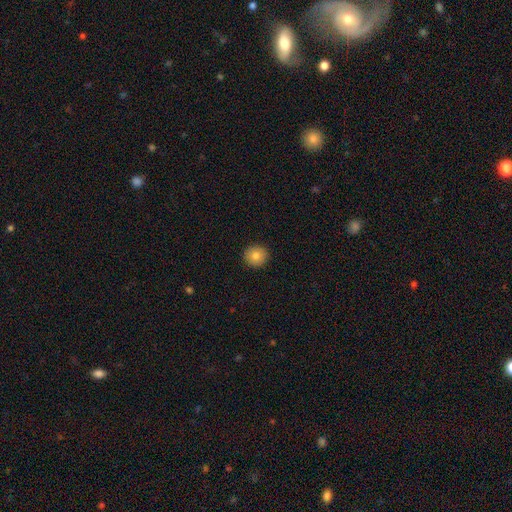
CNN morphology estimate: type=smooth (81%); roundness=round (93%); merging=none (93%).